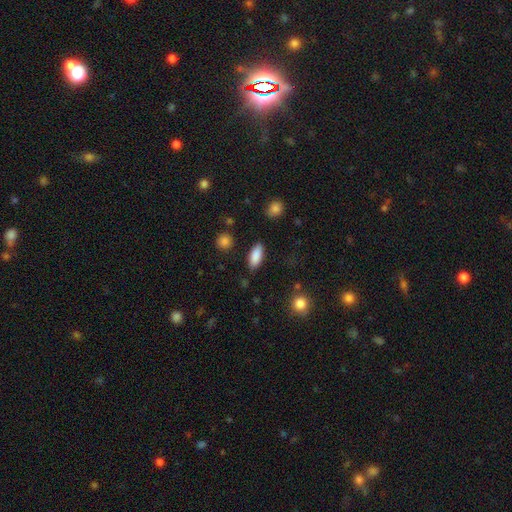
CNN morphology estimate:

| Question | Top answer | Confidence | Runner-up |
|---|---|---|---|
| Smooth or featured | smooth | 87% | star or artifact (7%) |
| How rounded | in between | 79% | cigar-shaped (18%) |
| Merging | none | 85% | minor disturbance (10%) |